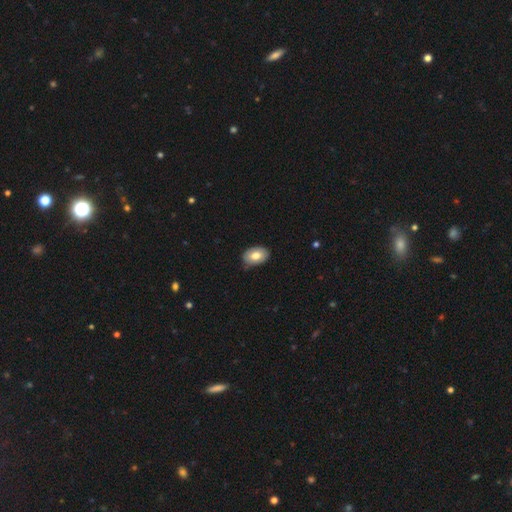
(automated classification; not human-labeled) This is likely a smooth galaxy (75%). How rounded: clearly in between (87%). Merging: likely none (77%).